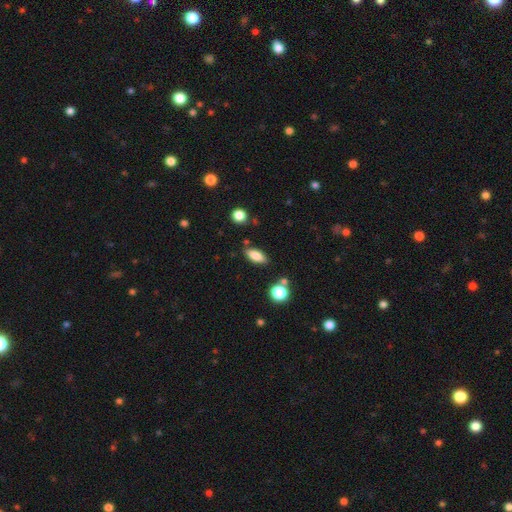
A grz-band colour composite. It shows a smooth galaxy with no disk features (87%) that is in between round and cigar-shaped (79%). Merging: none (76%).